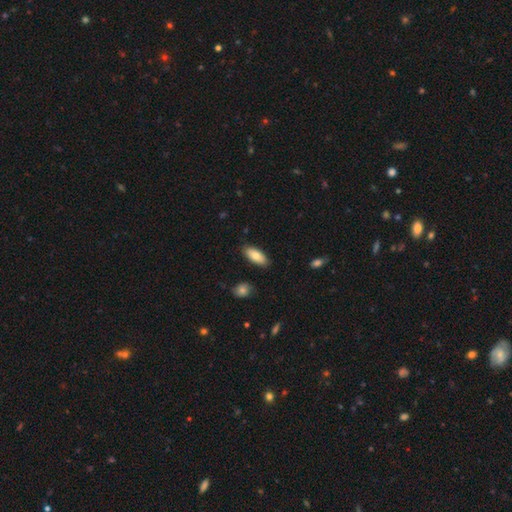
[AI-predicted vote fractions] smooth_or_featured: smooth (p=0.82) [alt: featured or disk p=0.12]
how_rounded: in between (p=0.83) [alt: cigar-shaped p=0.15]
merging: none (p=0.86) [alt: minor disturbance p=0.10]